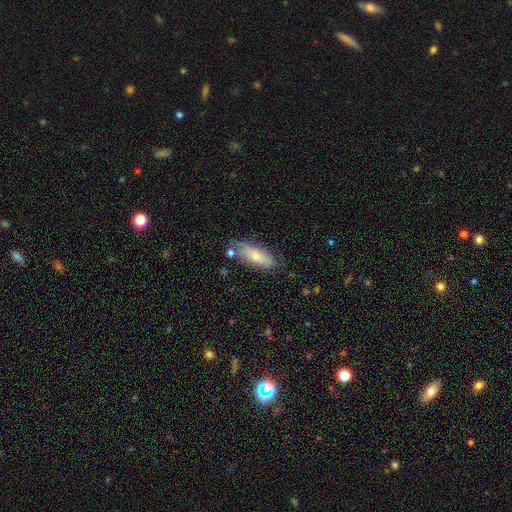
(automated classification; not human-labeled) This appears to be a smooth galaxy with no disk features (65%) that is in between round and cigar-shaped (65%). Merging: none (71%).